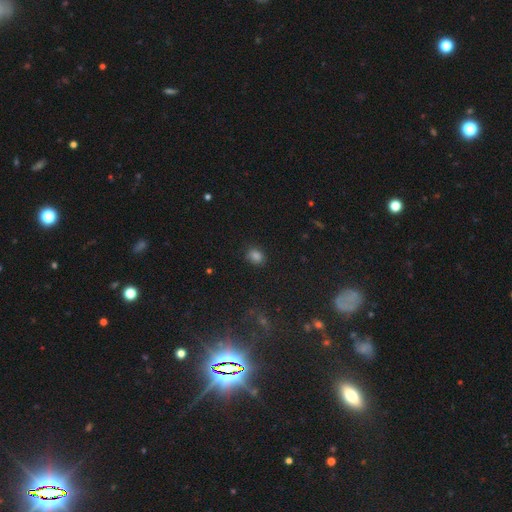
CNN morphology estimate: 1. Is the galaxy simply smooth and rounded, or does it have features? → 79% smooth, 16% star or artifact, 5% featured or disk.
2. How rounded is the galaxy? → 54% in between, 45% round, 1% cigar-shaped.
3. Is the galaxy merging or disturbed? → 82% none, 13% minor disturbance, 4% major disturbance, 2% merger.